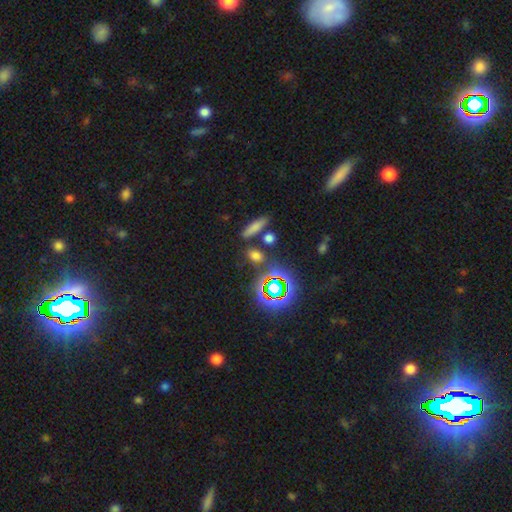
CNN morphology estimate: smooth-or-featured: smooth: 62% | star or artifact: 29% | featured or disk: 9%
  how-rounded: in between: 52% | round: 28% | cigar-shaped: 19%
  merging: none: 76% | merger: 11% | minor disturbance: 9% | major disturbance: 4%